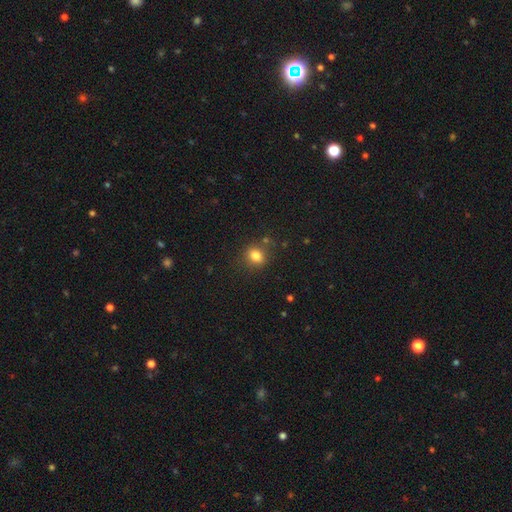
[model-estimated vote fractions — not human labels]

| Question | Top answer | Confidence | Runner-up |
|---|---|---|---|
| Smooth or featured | smooth | 82% | star or artifact (12%) |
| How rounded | round | 54% | in between (45%) |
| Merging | none | 79% | minor disturbance (13%) |